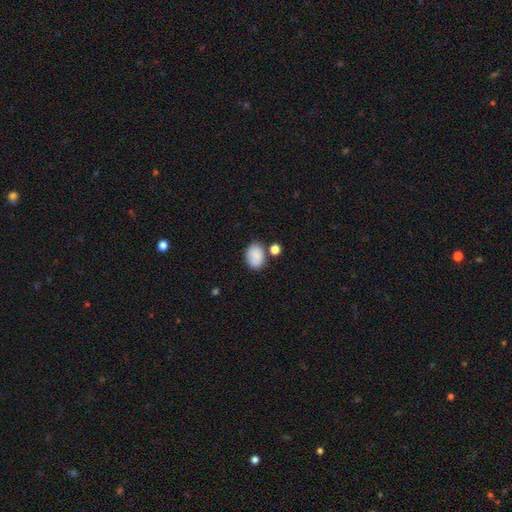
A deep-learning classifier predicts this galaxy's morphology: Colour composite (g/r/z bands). It shows a smooth galaxy with no disk features (86%) that is in between round and cigar-shaped (70%). Merging: none (70%).